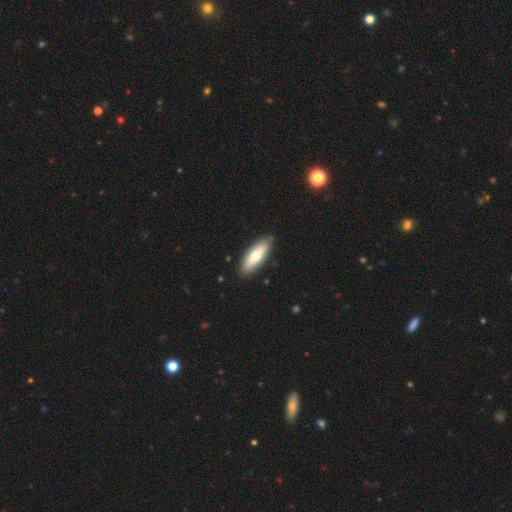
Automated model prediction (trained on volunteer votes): This appears to be a smooth galaxy with no disk features (65%) that is in between round and cigar-shaped (56%). Merging: none (88%).